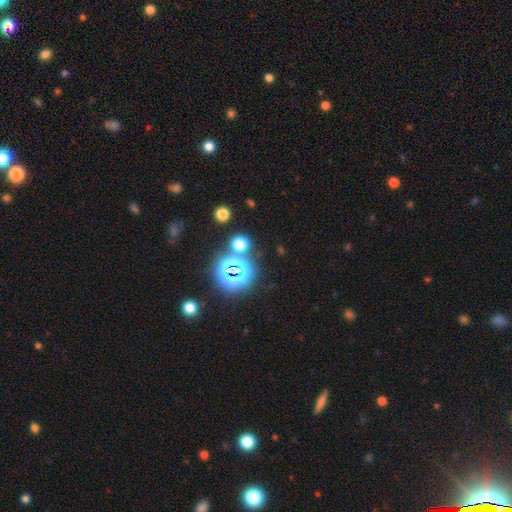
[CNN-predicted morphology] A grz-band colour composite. It shows a star or artifact, not a galaxy (82%).